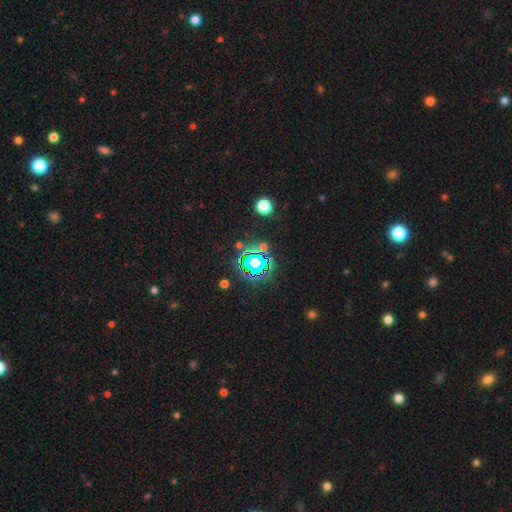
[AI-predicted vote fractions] Q: Smooth or featured?
A: star or artifact (75%); runner-up: smooth (16%)